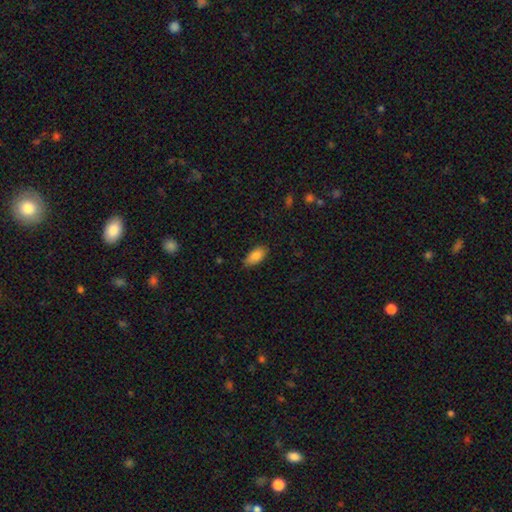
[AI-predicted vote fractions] The model was most divided on "merging": none: 81%, minor disturbance: 16%, major disturbance: 3%, merger: 1%. More confident: how rounded — in between (91%); smooth or featured — smooth (86%).